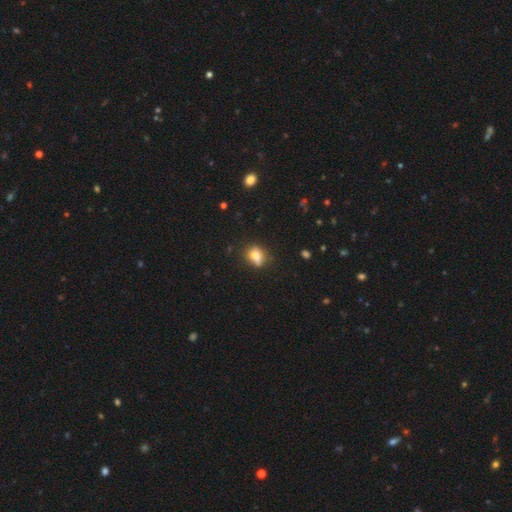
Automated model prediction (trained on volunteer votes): Smooth or featured? Predicted: smooth (p=0.73). How rounded? Predicted: in between (p=0.56). Merging? Predicted: none (p=0.58).